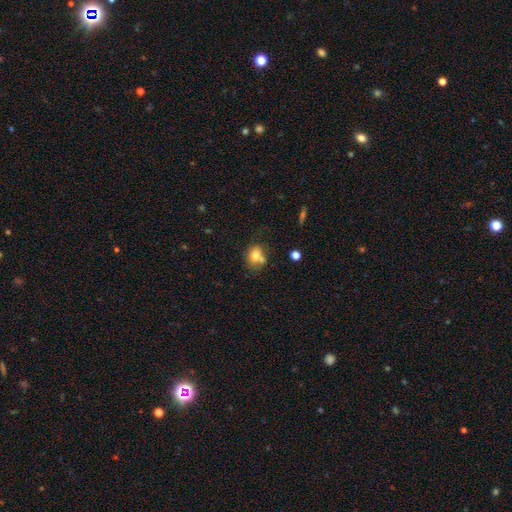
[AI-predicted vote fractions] Q: Smooth or featured?
A: smooth (74%); runner-up: featured or disk (15%)
Q: How rounded?
A: round (51%); runner-up: in between (47%)
Q: Merging?
A: none (48%); runner-up: merger (28%)